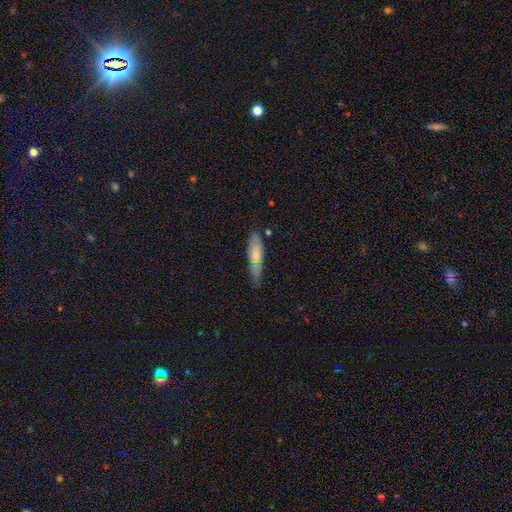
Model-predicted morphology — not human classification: This appears to be a smooth galaxy with no disk features (64%) that is cigar-shaped (51%). Merging: none (73%).